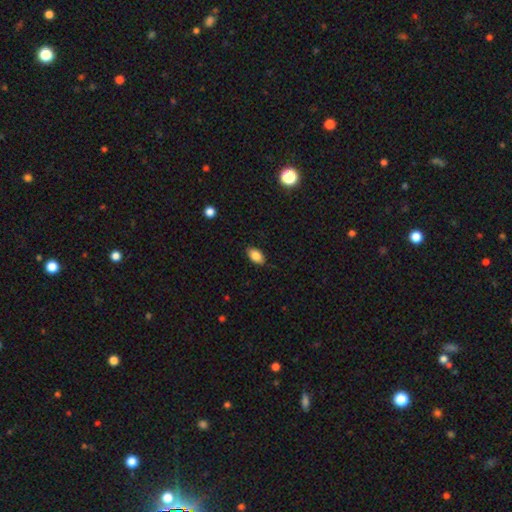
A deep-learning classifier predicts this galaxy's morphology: smooth-or-featured: smooth: 85% | star or artifact: 8% | featured or disk: 7%
  how-rounded: in between: 91% | round: 7% | cigar-shaped: 2%
  merging: none: 85% | minor disturbance: 12% | major disturbance: 2% | merger: 1%